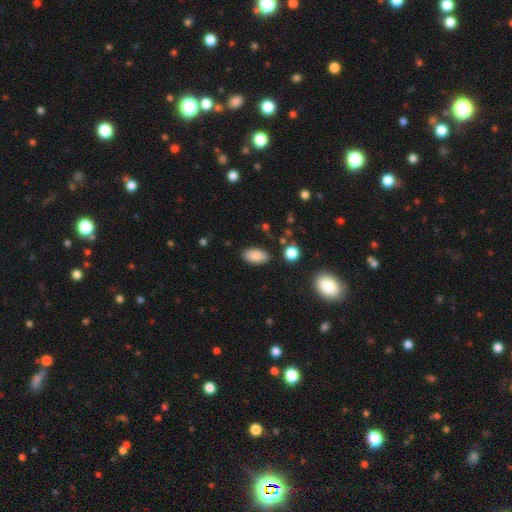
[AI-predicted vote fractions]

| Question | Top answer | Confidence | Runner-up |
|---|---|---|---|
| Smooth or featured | smooth | 86% | star or artifact (8%) |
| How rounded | in between | 93% | round (4%) |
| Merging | none | 85% | minor disturbance (10%) |